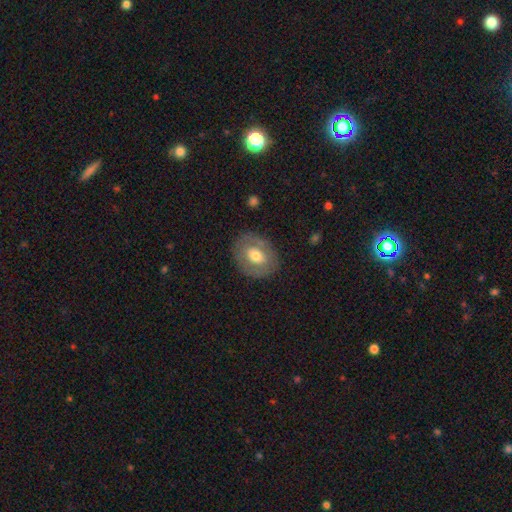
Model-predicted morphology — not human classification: smooth 52%, featured or disk 41%, star or artifact 7%. Down the decision tree: how rounded — in between (55%); merging — none (81%).